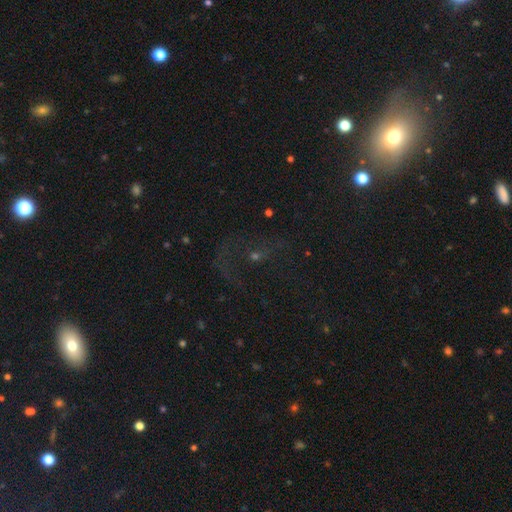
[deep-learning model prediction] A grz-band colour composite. It shows a star or artifact, not a galaxy (48%).